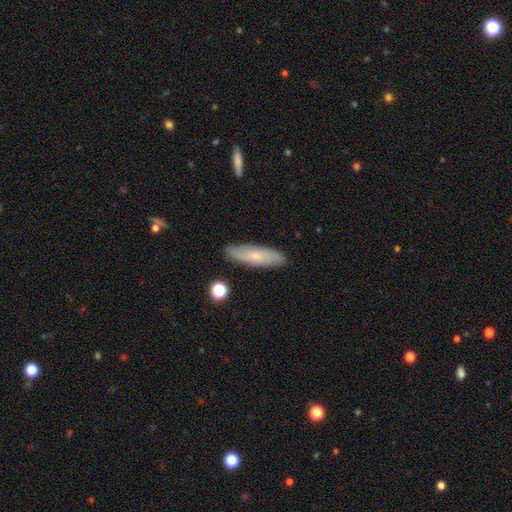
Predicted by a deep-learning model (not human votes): Morphology: type=smooth (58%); roundness=cigar-shaped (64%); merging=none (86%).